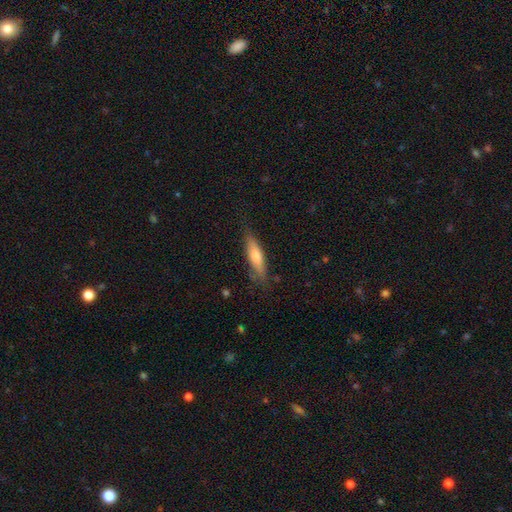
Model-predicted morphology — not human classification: This appears to be a smooth galaxy with no disk features (65%) that is cigar-shaped (69%). Merging: none (76%).